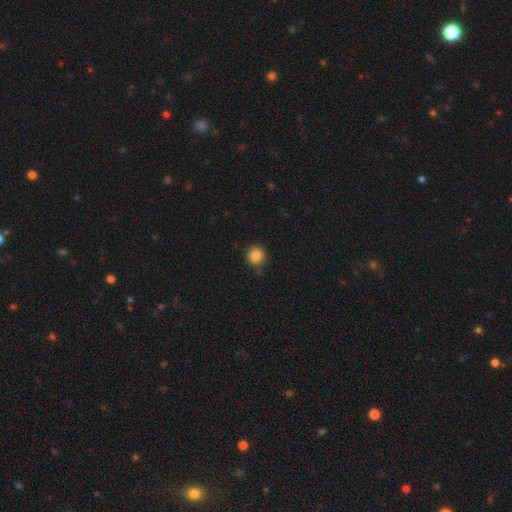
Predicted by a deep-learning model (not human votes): Smooth or featured?
  - smooth: 85% *
  - star or artifact: 10%
  - featured or disk: 5%
How rounded?
  - round: 93% *
  - in between: 6%
  - cigar-shaped: 1%
Merging?
  - none: 85% *
  - minor disturbance: 10%
  - merger: 2%
  - major disturbance: 2%